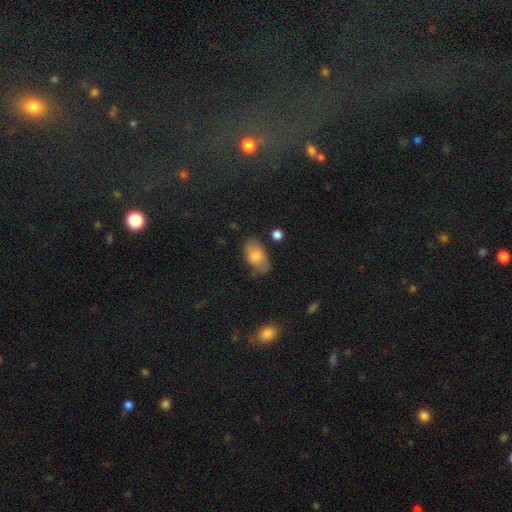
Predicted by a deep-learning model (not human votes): The model was most divided on "merging": none: 64%, minor disturbance: 26%, major disturbance: 7%, merger: 3%. More confident: how rounded — in between (92%); smooth or featured — smooth (72%).